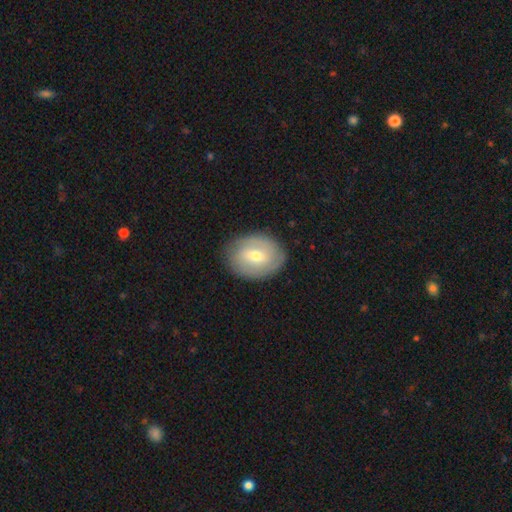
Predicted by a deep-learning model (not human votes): A featured or disk galaxy (51%). Merging: none (83%).